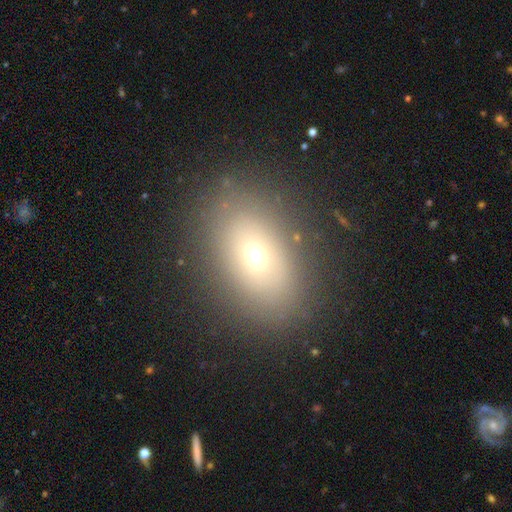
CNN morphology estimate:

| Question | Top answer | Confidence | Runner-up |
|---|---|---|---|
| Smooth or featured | smooth | 63% | featured or disk (20%) |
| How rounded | in between | 70% | round (28%) |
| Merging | none | 83% | minor disturbance (11%) |